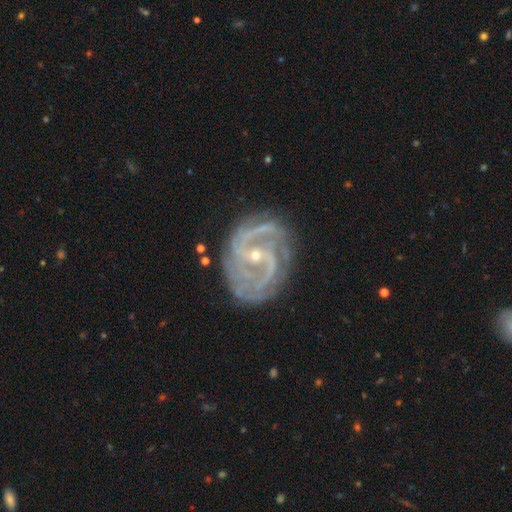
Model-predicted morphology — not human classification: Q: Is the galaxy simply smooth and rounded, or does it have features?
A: featured or disk — 91%.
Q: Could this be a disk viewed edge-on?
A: no — 98%.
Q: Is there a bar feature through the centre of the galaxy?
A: weak — 41%.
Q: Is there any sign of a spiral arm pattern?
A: yes — 98%.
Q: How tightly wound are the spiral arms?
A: medium — 47%.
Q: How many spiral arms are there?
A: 2 — 55%.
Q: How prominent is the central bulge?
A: small — 74%.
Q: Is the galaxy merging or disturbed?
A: none — 71%.